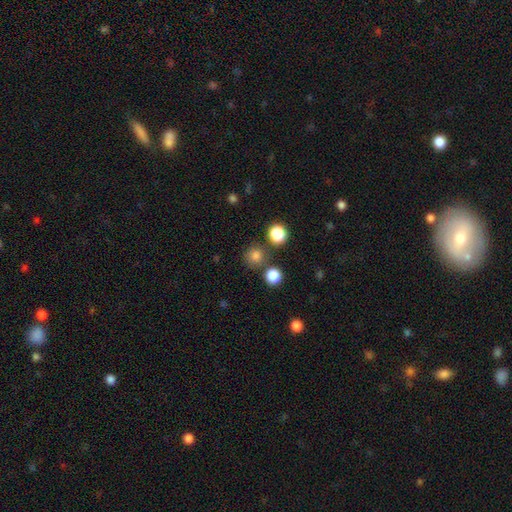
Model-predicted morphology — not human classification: This is likely a smooth galaxy (79%). How rounded: clearly round (91%). Merging: likely none (76%).